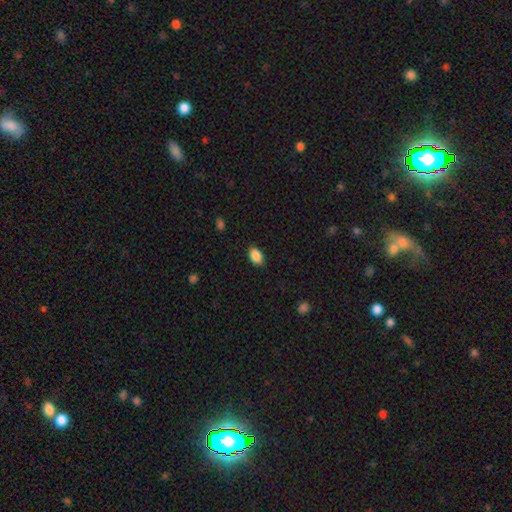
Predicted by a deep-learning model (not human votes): This appears to be a smooth galaxy with no disk features (88%) that is in between round and cigar-shaped (88%). Merging: none (85%).